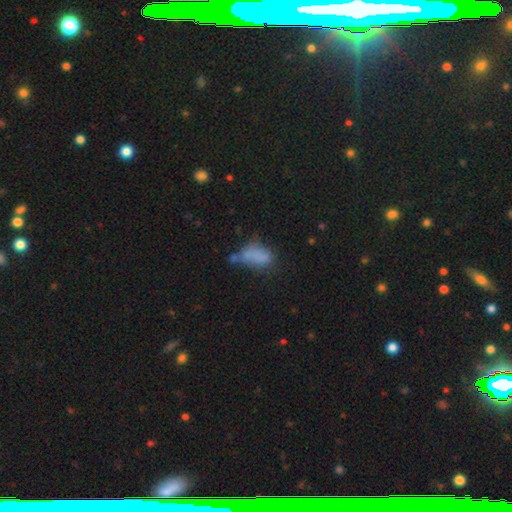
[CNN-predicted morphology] smooth-or-featured: smooth: 70% | featured or disk: 17% | star or artifact: 13%
  how-rounded: in between: 86% | round: 7% | cigar-shaped: 7%
  merging: none: 31% | minor disturbance: 27% | major disturbance: 22% | merger: 19%